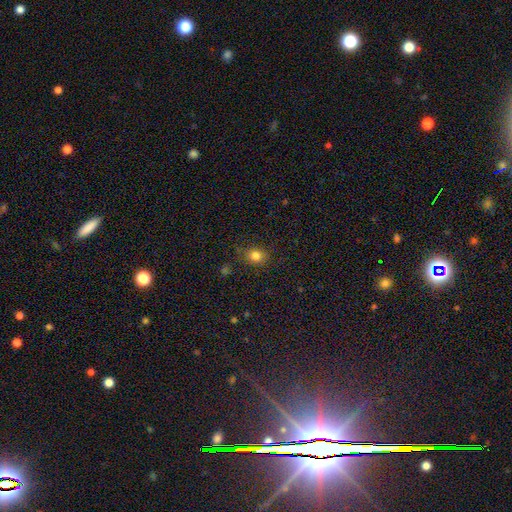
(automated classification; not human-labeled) smooth_or_featured: smooth (p=0.82) [alt: star or artifact p=0.13]
how_rounded: round (p=0.70) [alt: in between p=0.29]
merging: none (p=0.82) [alt: minor disturbance p=0.13]